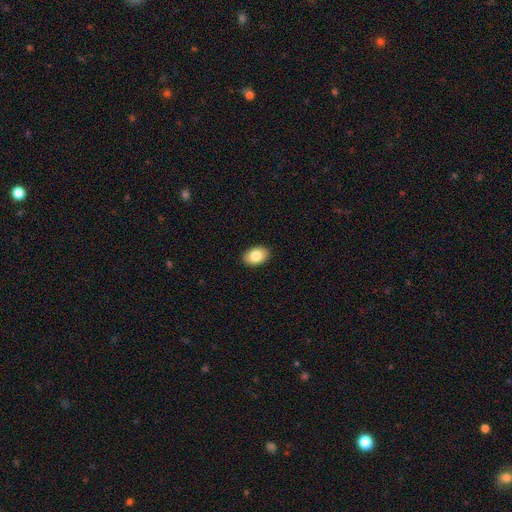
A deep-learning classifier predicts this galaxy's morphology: Smooth or featured? Predicted: smooth (p=0.84). How rounded? Predicted: in between (p=0.87). Merging? Predicted: none (p=0.91).